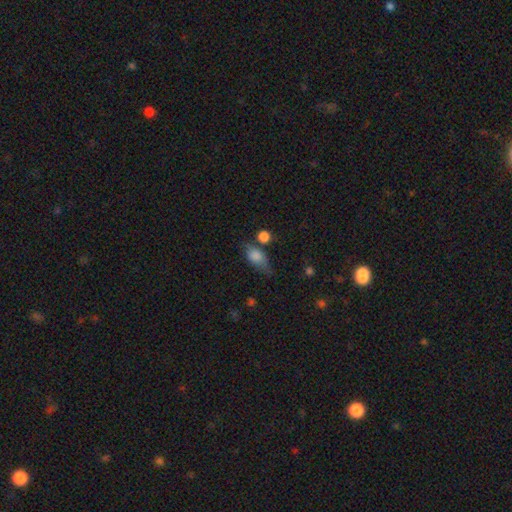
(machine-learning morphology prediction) type=smooth (78%); roundness=in between (79%); merging=none (42%).